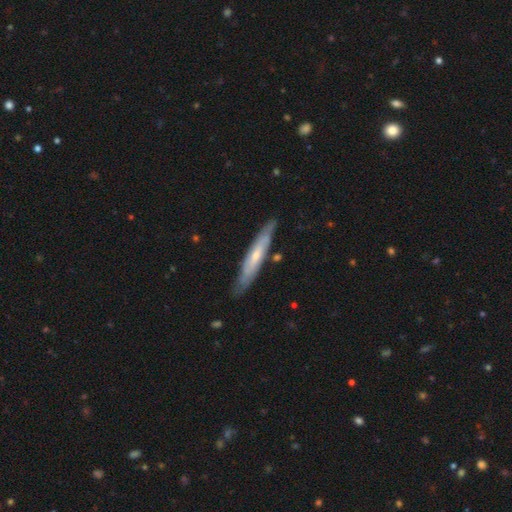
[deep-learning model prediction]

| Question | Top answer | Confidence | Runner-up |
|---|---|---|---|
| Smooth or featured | featured or disk | 56% | smooth (39%) |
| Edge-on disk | yes | 69% | no (31%) |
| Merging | none | 80% | minor disturbance (15%) |